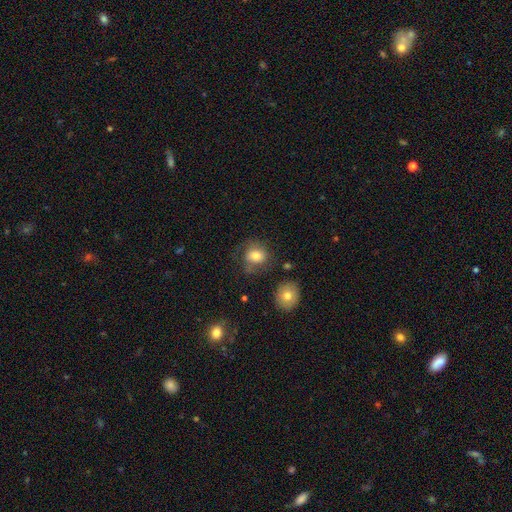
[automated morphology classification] Overall: smooth (74%). How rounded: round (70%). Merging: none (58%; minor disturbance 21%).